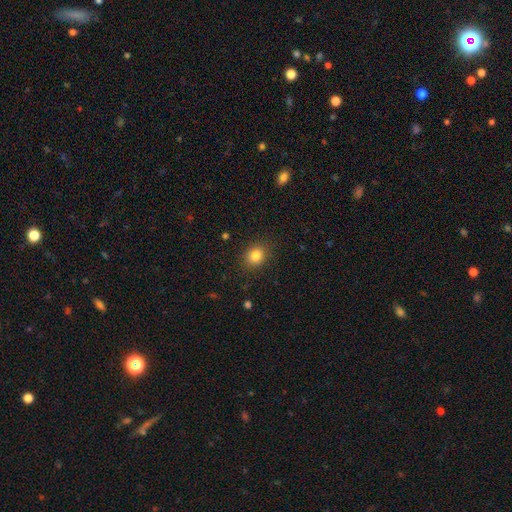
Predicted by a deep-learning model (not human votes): Morphology: type=smooth (83%); roundness=round (66%); merging=none (87%).